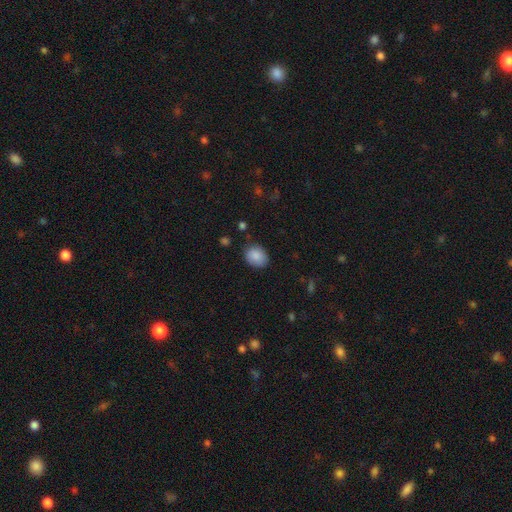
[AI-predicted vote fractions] Morphology: type=smooth (88%); roundness=in between (58%); merging=none (78%).